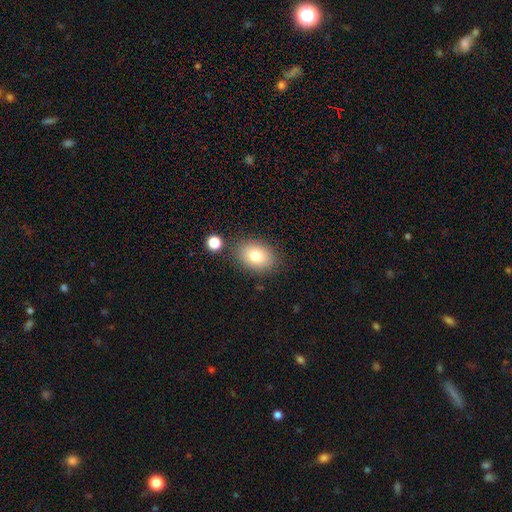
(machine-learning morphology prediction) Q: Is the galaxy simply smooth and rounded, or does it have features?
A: smooth — 80%.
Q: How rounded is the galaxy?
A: in between — 72%.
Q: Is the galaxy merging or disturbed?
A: none — 82%.